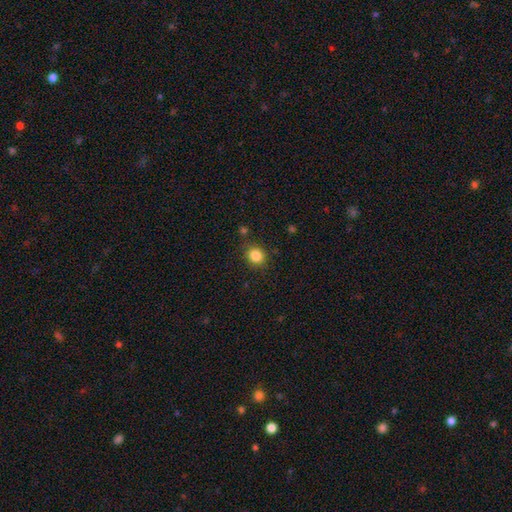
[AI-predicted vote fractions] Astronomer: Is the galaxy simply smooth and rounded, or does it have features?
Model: smooth — 84%.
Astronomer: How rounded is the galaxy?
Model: round — 79%.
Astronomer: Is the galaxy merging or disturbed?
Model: none — 83%.